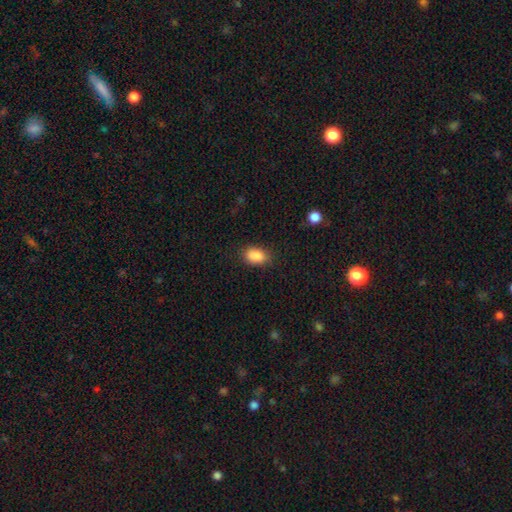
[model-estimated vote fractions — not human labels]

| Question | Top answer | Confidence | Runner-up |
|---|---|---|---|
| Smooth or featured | smooth | 87% | star or artifact (8%) |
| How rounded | in between | 84% | round (15%) |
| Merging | none | 77% | minor disturbance (17%) |